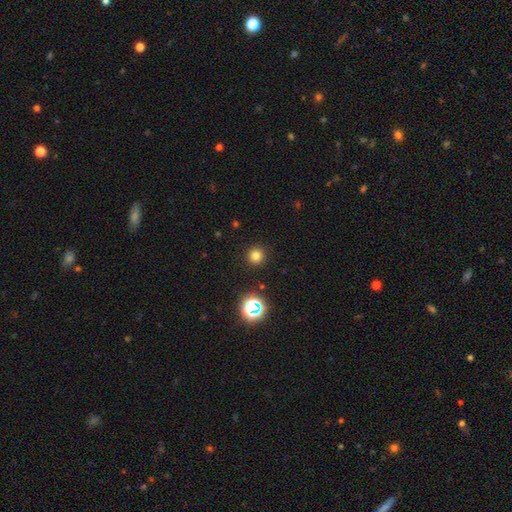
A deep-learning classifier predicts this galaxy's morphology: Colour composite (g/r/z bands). It shows a smooth galaxy with no disk features (77%) that is round (95%). Merging: none (92%).